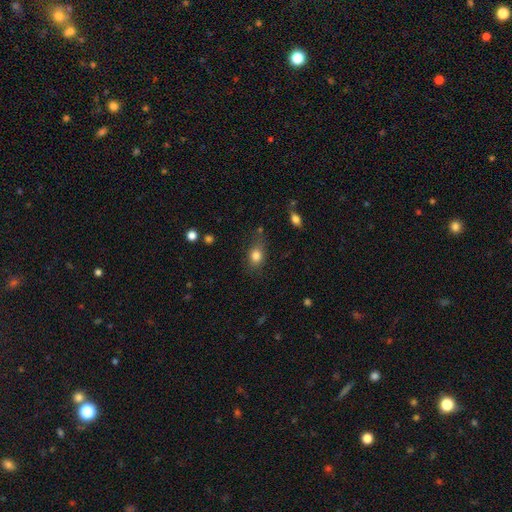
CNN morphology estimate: Q: Smooth or featured?
A: smooth (81%); runner-up: star or artifact (11%)
Q: How rounded?
A: in between (58%); runner-up: round (39%)
Q: Merging?
A: none (65%); runner-up: minor disturbance (24%)